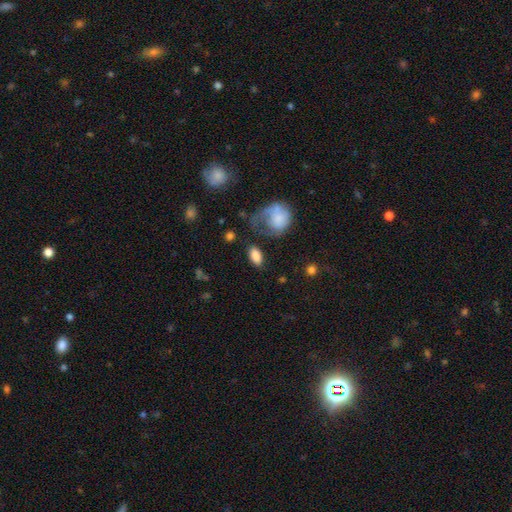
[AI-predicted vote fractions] smooth-or-featured: smooth: 84% | featured or disk: 8% | star or artifact: 8%
  how-rounded: in between: 91% | round: 6% | cigar-shaped: 3%
  merging: none: 71% | minor disturbance: 16% | major disturbance: 9% | merger: 4%